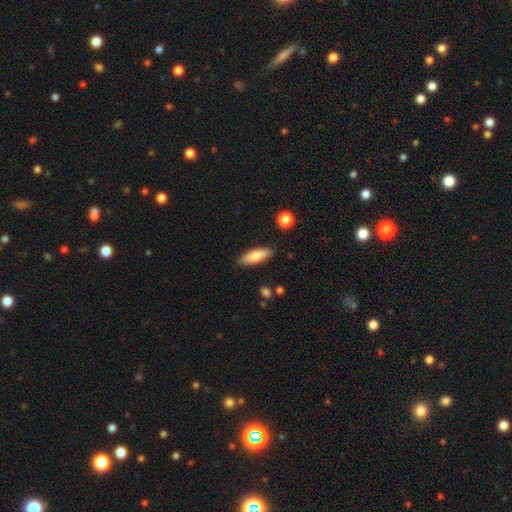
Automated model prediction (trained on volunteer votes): smooth-or-featured: smooth: 80% | featured or disk: 14% | star or artifact: 6%
  how-rounded: in between: 55% | cigar-shaped: 43% | round: 2%
  merging: none: 87% | minor disturbance: 9% | major disturbance: 2% | merger: 2%